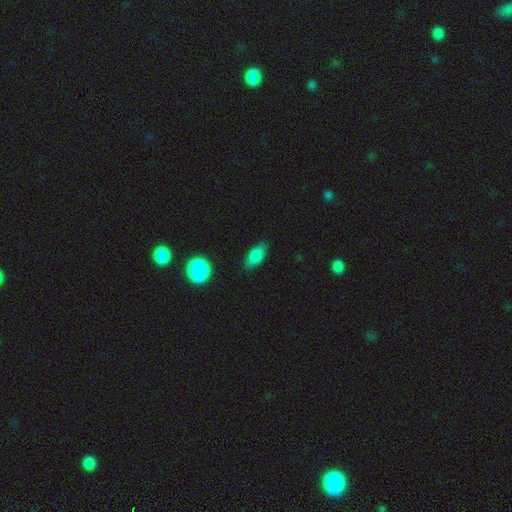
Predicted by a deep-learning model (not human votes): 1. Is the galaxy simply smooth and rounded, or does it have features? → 83% smooth, 9% featured or disk, 8% star or artifact.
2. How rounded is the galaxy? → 86% in between, 9% cigar-shaped, 5% round.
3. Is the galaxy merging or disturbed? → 80% none, 16% minor disturbance, 3% major disturbance, 2% merger.